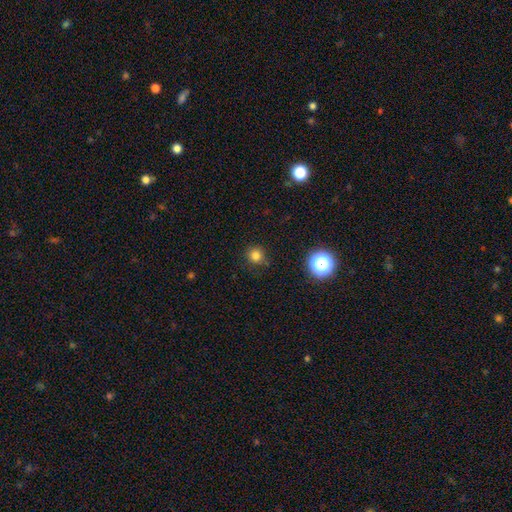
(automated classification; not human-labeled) This appears to be a smooth galaxy with no disk features (79%) that is round (92%). Merging: none (85%).